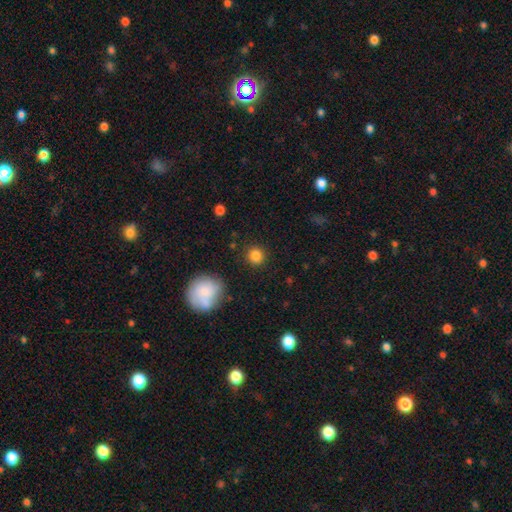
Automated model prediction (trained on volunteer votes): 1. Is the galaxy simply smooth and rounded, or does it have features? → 84% smooth, 11% star or artifact, 5% featured or disk.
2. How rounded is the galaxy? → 89% round, 10% in between, 1% cigar-shaped.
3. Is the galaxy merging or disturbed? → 89% none, 7% minor disturbance, 3% major disturbance, 2% merger.